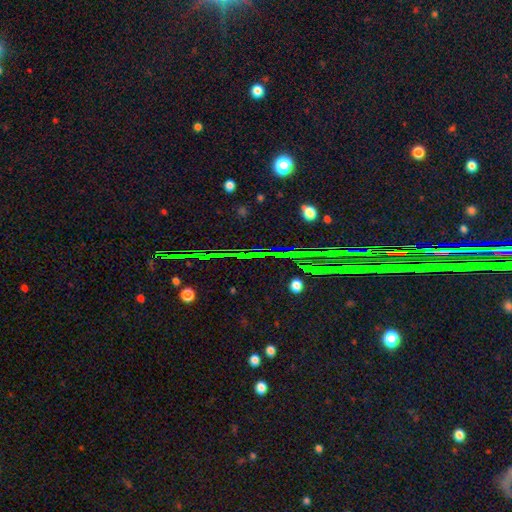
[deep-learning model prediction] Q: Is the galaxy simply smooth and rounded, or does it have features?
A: star or artifact — 85%.